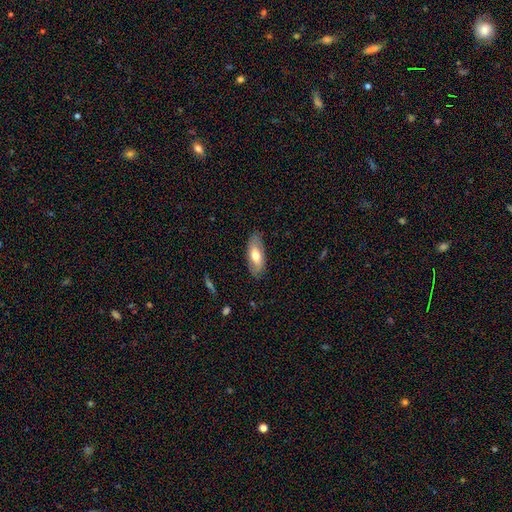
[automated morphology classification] type=smooth (65%); roundness=in between (83%); merging=none (82%).